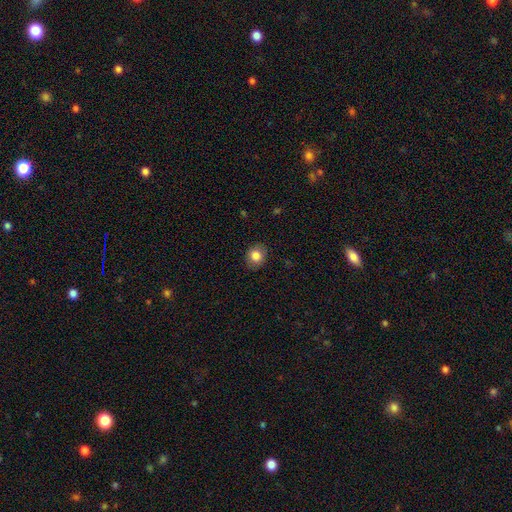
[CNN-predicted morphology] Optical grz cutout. It shows a smooth galaxy with no disk features (84%) that is round (68%). Merging: none (85%).